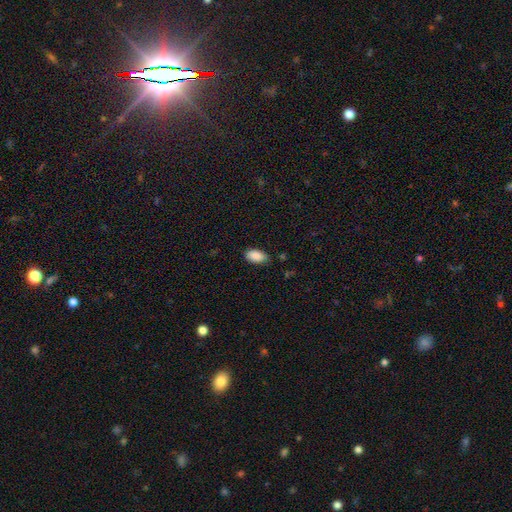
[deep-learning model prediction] Smooth or featured?
  - smooth: 89% *
  - star or artifact: 7%
  - featured or disk: 4%
How rounded?
  - in between: 94% *
  - round: 4%
  - cigar-shaped: 2%
Merging?
  - none: 83% *
  - minor disturbance: 14%
  - major disturbance: 2%
  - merger: 1%